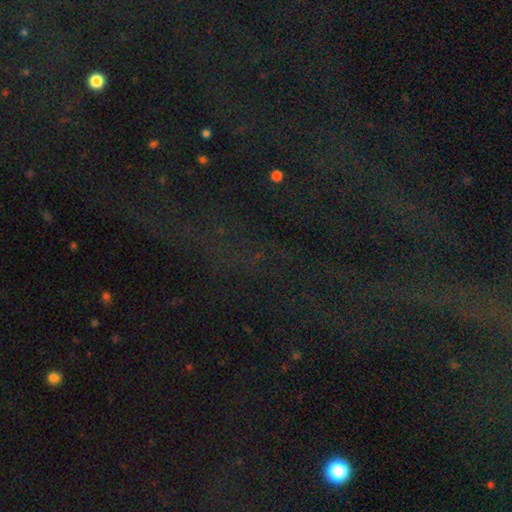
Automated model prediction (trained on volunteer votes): smooth_or_featured: star or artifact (p=0.78) [alt: featured or disk p=0.11]